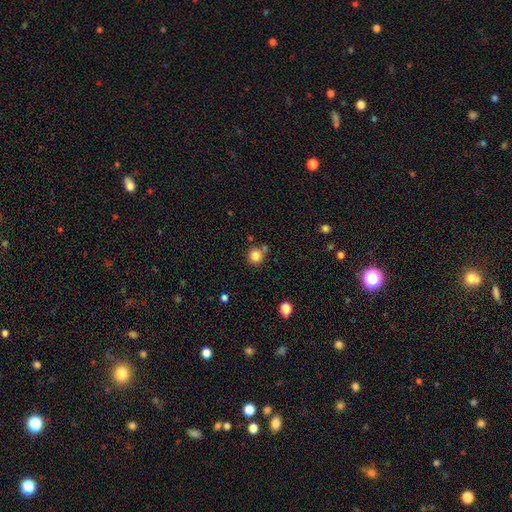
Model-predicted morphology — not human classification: Smooth or featured: smooth — 82% (star or artifact — 12%)
How rounded: round — 91% (in between — 8%)
Merging: none — 70% (merger — 15%)